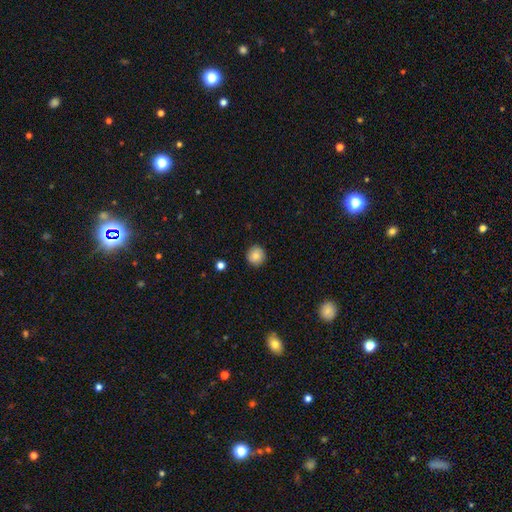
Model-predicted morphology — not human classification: smooth_or_featured: smooth (p=0.80) [alt: featured or disk p=0.11]
how_rounded: round (p=0.94) [alt: in between p=0.05]
merging: none (p=0.89) [alt: minor disturbance p=0.08]